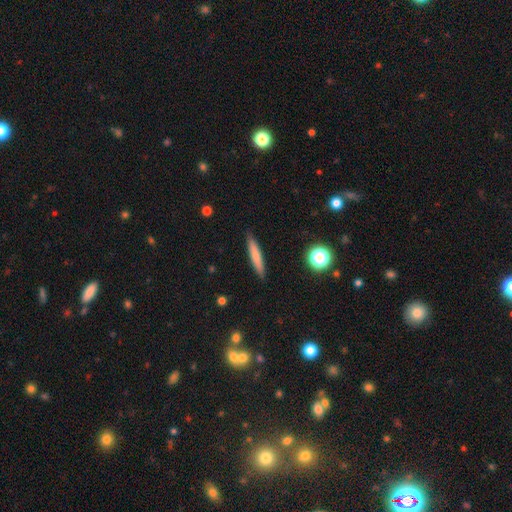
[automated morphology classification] The model was most divided on "smooth or featured": smooth: 72%, featured or disk: 20%, star or artifact: 8%. More confident: how rounded — cigar-shaped (93%); merging — none (89%).